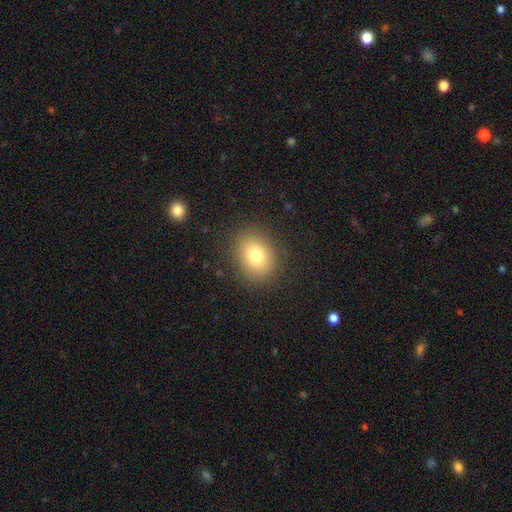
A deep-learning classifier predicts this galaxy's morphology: type=smooth (78%); roundness=in between (50%); merging=none (87%).